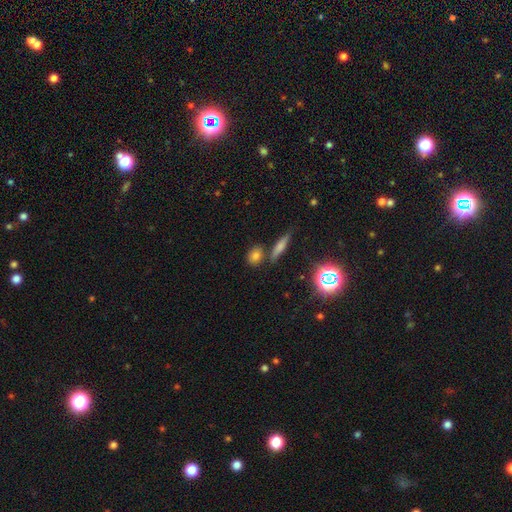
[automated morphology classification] A smooth galaxy with no disk features (77%) that is round (47%). Merging: none (72%).